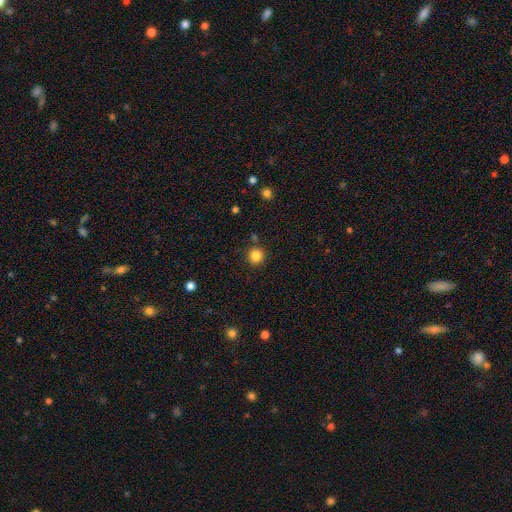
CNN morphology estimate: Smooth or featured?
  - smooth: 84% *
  - star or artifact: 11%
  - featured or disk: 4%
How rounded?
  - round: 94% *
  - in between: 6%
  - cigar-shaped: 1%
Merging?
  - none: 87% *
  - minor disturbance: 7%
  - merger: 4%
  - major disturbance: 2%